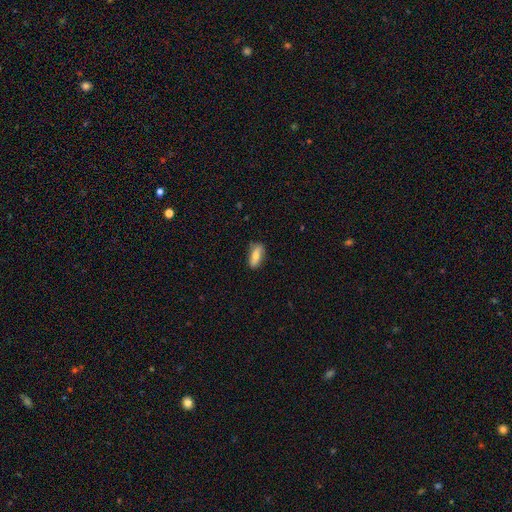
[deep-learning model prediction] Smooth or featured? Predicted: smooth (p=0.70). How rounded? Predicted: in between (p=0.77). Merging? Predicted: none (p=0.79).